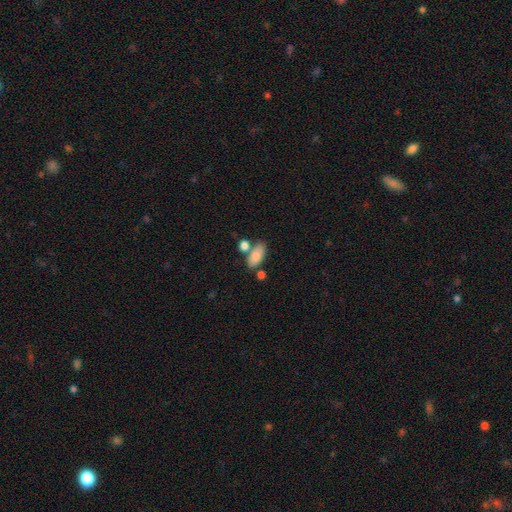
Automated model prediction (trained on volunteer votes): Overall: smooth (83%). How rounded: in between (91%). Merging: none (58%; merger 23%).